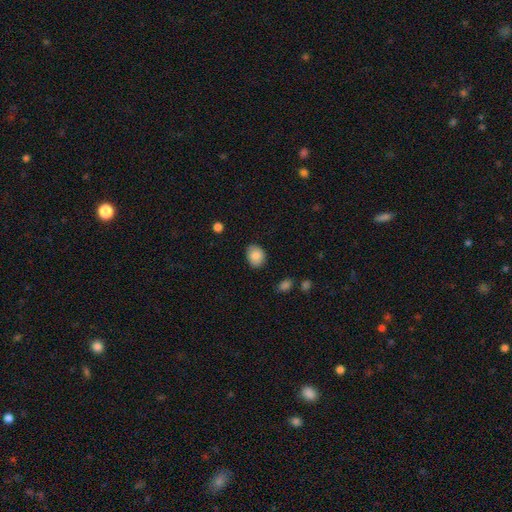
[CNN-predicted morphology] smooth_or_featured: smooth (p=0.87) [alt: star or artifact p=0.08]
how_rounded: in between (p=0.55) [alt: round p=0.44]
merging: none (p=0.83) [alt: minor disturbance p=0.13]